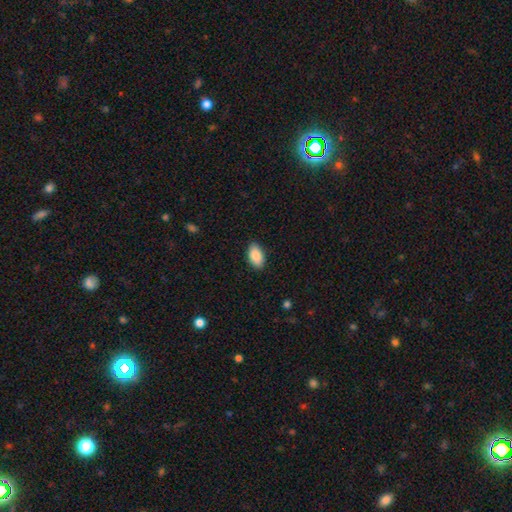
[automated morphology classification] The model was most divided on "merging": none: 88%, minor disturbance: 9%, major disturbance: 2%, merger: 1%. More confident: how rounded — in between (94%); smooth or featured — smooth (87%).